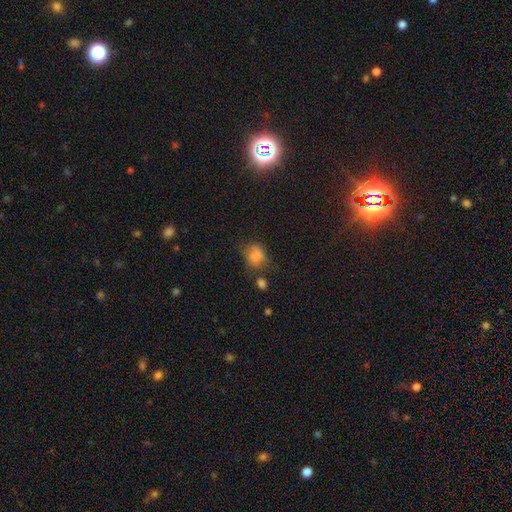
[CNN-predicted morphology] type=smooth (71%); roundness=round (49%, tied with in between); merging=none (51%).